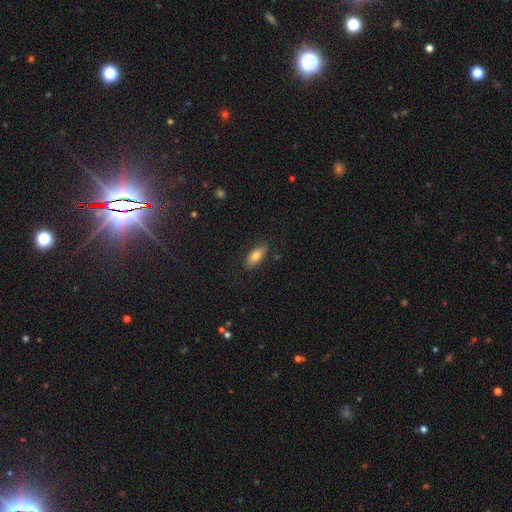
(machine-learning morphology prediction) type=smooth (78%); roundness=in between (82%); merging=none (84%).